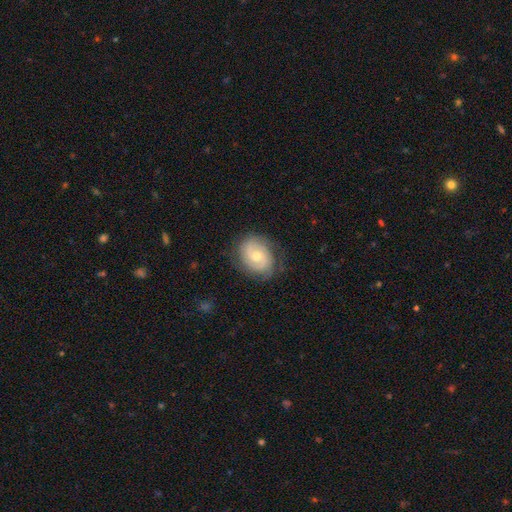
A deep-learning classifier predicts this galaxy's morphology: Q: Smooth or featured?
A: featured or disk (71%); runner-up: smooth (22%)
Q: Edge-on disk?
A: no (98%); runner-up: yes (2%)
Q: Bar?
A: no (66%); runner-up: weak (30%)
Q: Spiral arms?
A: yes (92%); runner-up: no (8%)
Q: Spiral winding?
A: tight (55%); runner-up: medium (35%)
Q: Spiral arm count?
A: 2 (71%); runner-up: can't tell (16%)
Q: Bulge size?
A: moderate (55%); runner-up: small (40%)
Q: Merging?
A: none (77%); runner-up: minor disturbance (16%)